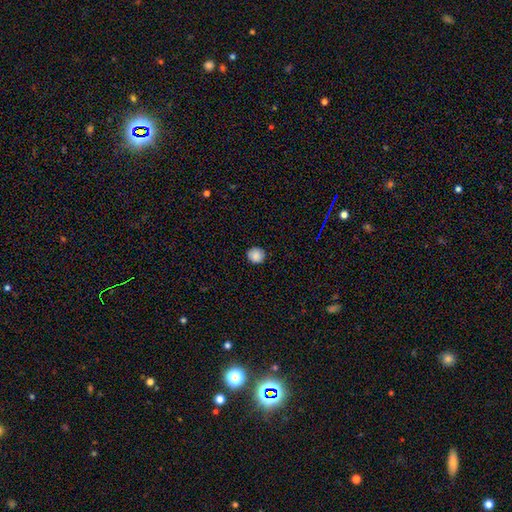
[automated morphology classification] smooth 87%, star or artifact 10%, featured or disk 3%. Down the decision tree: how rounded — round (91%); merging — none (89%).